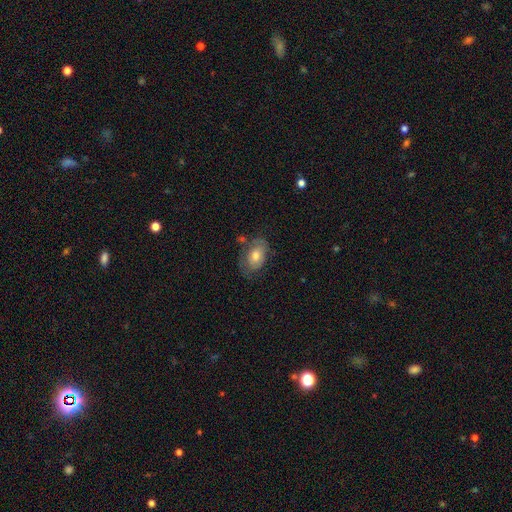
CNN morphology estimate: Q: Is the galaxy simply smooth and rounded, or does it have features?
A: smooth — 56%.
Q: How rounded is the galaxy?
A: in between — 84%.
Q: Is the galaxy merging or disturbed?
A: none — 60%.